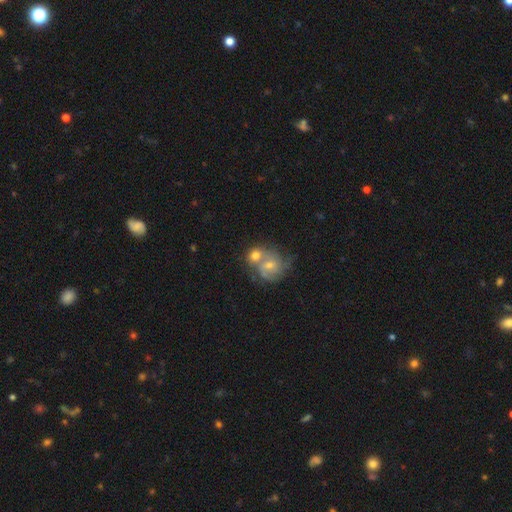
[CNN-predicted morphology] Q: Smooth or featured?
A: smooth (49%); runner-up: star or artifact (26%)
Q: Merging?
A: none (49%); runner-up: merger (35%)